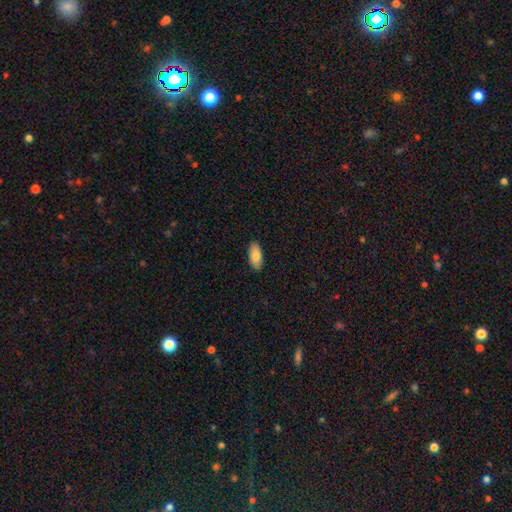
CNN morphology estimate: A smooth galaxy with no disk features (82%) that is in between round and cigar-shaped (92%).

Vote fractions:
- Smooth or featured? smooth: 82% / featured or disk: 12% / star or artifact: 6%
- How rounded? in between: 92% / cigar-shaped: 6% / round: 2%
- Merging? none: 90% / minor disturbance: 8% / major disturbance: 2% / merger: 1%